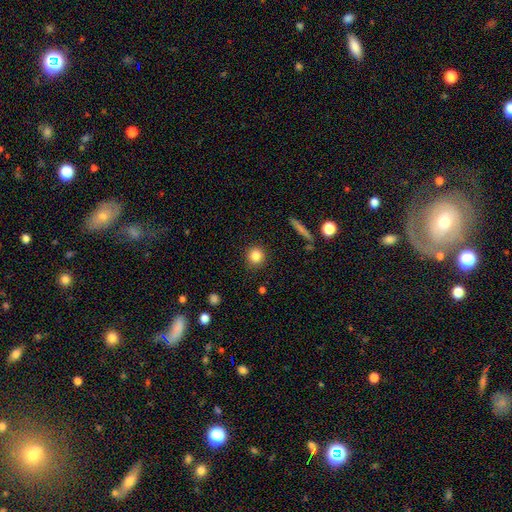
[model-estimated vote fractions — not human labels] Smooth or featured?
  - smooth: 84% *
  - star or artifact: 10%
  - featured or disk: 6%
How rounded?
  - round: 92% *
  - in between: 7%
  - cigar-shaped: 1%
Merging?
  - none: 90% *
  - minor disturbance: 6%
  - major disturbance: 2%
  - merger: 1%